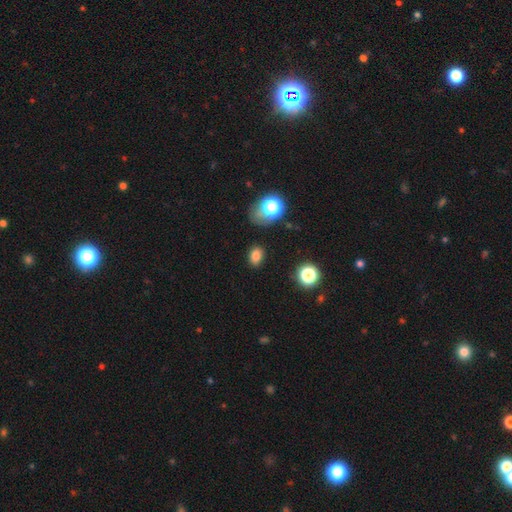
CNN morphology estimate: Q: Smooth or featured?
A: smooth (80%); runner-up: star or artifact (14%)
Q: How rounded?
A: in between (73%); runner-up: round (25%)
Q: Merging?
A: none (81%); runner-up: minor disturbance (12%)